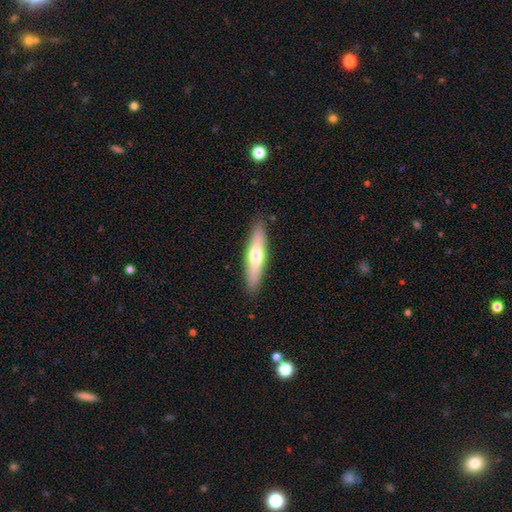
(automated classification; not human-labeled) Smooth or featured? Predicted: smooth (p=0.56). How rounded? Predicted: cigar-shaped (p=0.80). Merging? Predicted: none (p=0.89).